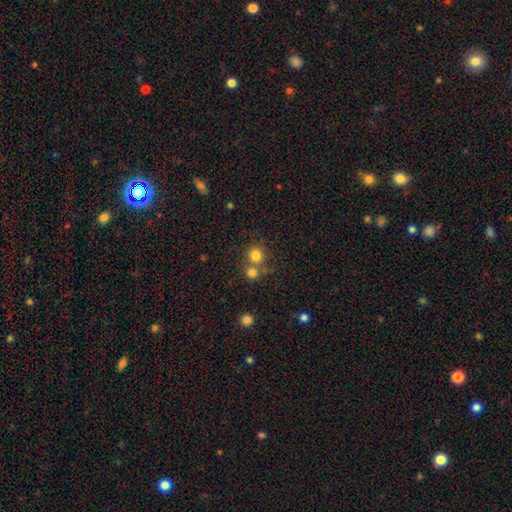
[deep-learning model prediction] The model was most divided on "merging": none: 55%, merger: 35%, minor disturbance: 7%, major disturbance: 3%. More confident: how rounded — round (89%); smooth or featured — smooth (79%).